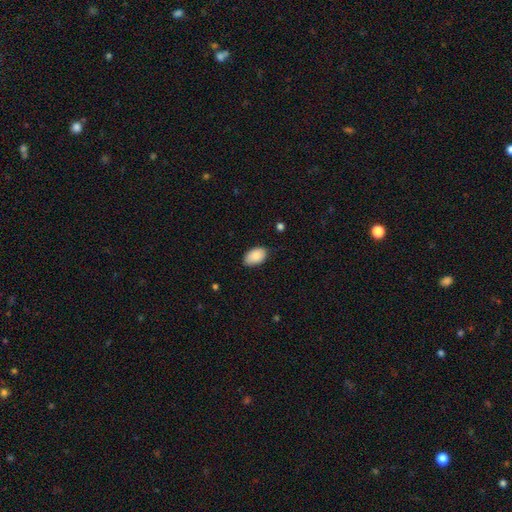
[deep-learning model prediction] Overall: smooth (89%). How rounded: in between (93%). Merging: none (79%).